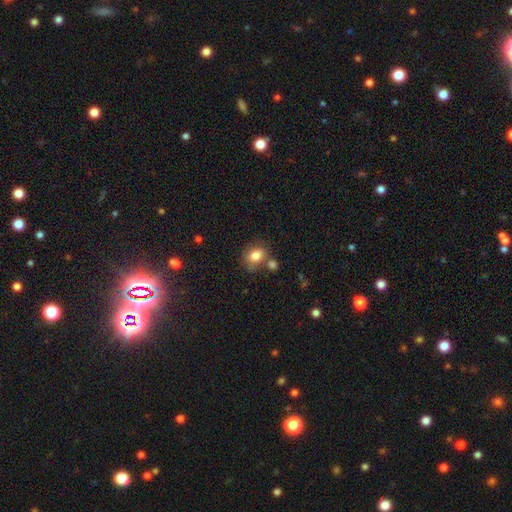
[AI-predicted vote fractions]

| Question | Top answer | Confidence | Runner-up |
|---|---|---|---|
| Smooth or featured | smooth | 82% | star or artifact (10%) |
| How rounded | in between | 51% | round (48%) |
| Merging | none | 65% | minor disturbance (15%) |